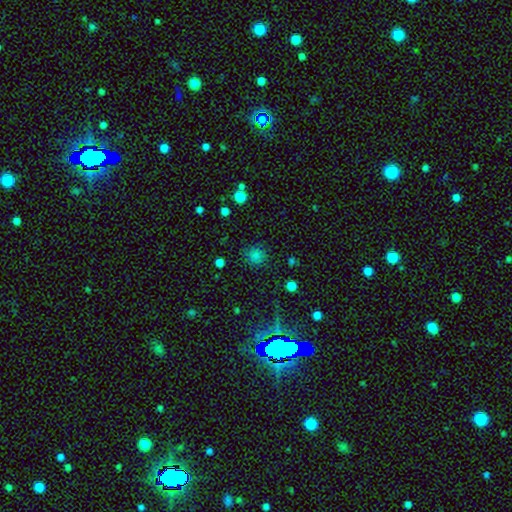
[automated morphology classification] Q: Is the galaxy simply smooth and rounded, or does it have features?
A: smooth — 79%.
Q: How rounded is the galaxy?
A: round — 91%.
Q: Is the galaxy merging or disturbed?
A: none — 86%.